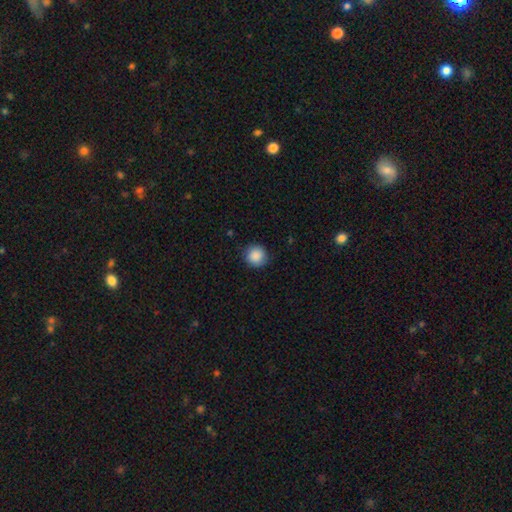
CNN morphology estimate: Q: Smooth or featured?
A: smooth (89%); runner-up: star or artifact (8%)
Q: How rounded?
A: round (94%); runner-up: in between (6%)
Q: Merging?
A: none (88%); runner-up: minor disturbance (9%)